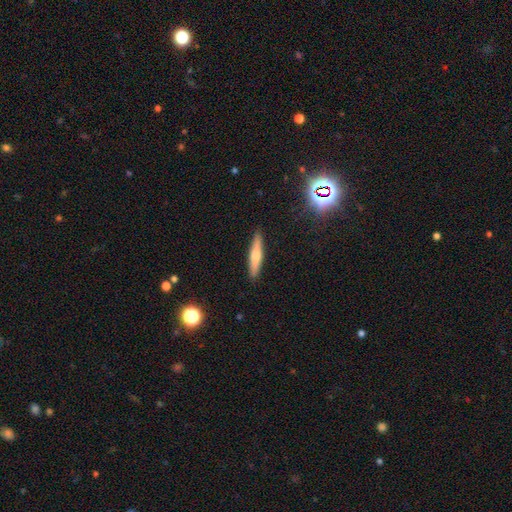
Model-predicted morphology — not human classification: This is likely a smooth galaxy (63%). How rounded: clearly cigar-shaped (88%). Merging: clearly none (90%).